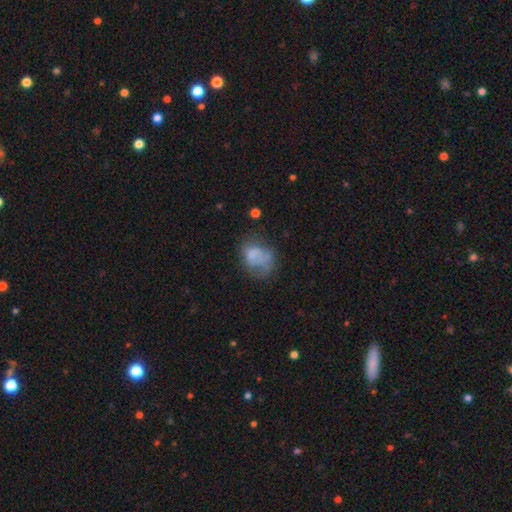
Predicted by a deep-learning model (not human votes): Morphology: type=smooth (56%); roundness=in between (57%); merging=major disturbance (35%).